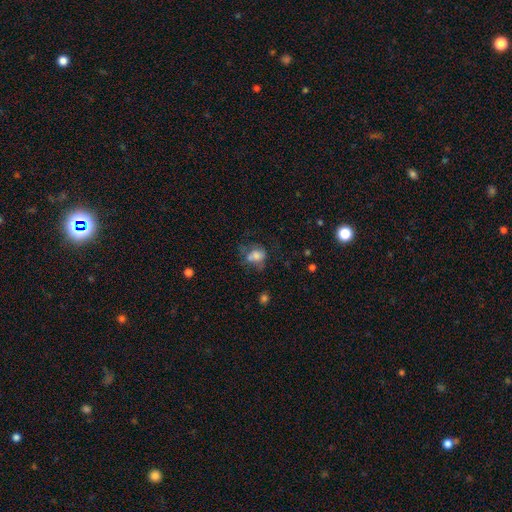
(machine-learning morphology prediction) smooth 64%, featured or disk 23%, star or artifact 12%. Down the decision tree: how rounded — round (56%); merging — none (33%).